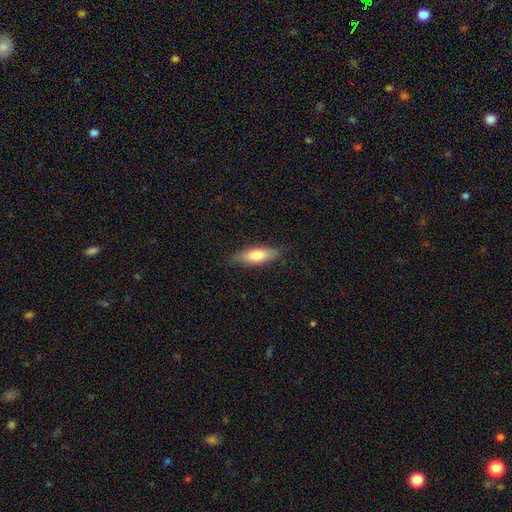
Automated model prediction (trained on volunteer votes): smooth-or-featured: smooth: 73% | featured or disk: 21% | star or artifact: 6%
  how-rounded: in between: 53% | cigar-shaped: 45% | round: 2%
  merging: none: 82% | minor disturbance: 14% | major disturbance: 3% | merger: 1%